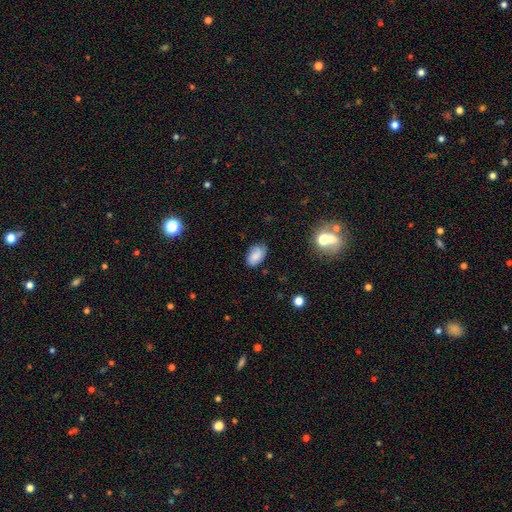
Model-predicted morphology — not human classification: The model was most divided on "merging": none: 74%, minor disturbance: 20%, major disturbance: 4%, merger: 2%. More confident: how rounded — in between (91%); smooth or featured — smooth (75%).